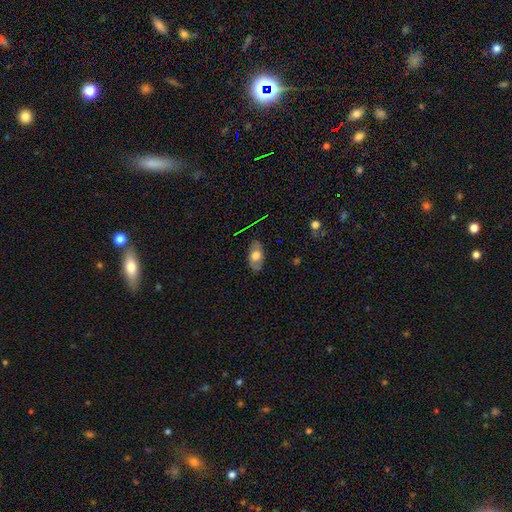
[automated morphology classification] smooth 60%, featured or disk 32%, star or artifact 8%. Down the decision tree: how rounded — in between (91%); merging — none (79%).